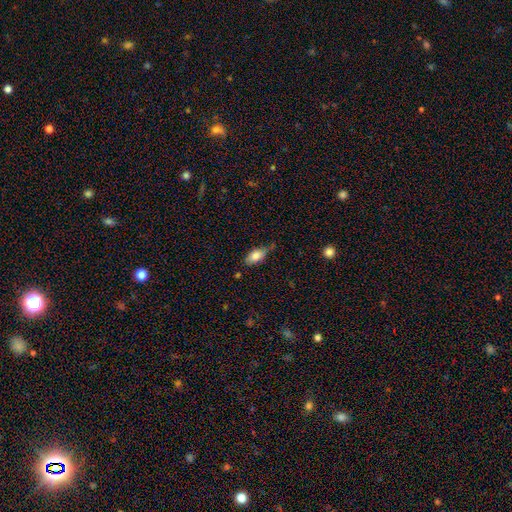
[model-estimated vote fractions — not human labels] smooth-or-featured: smooth: 80% | featured or disk: 13% | star or artifact: 7%
  how-rounded: in between: 88% | cigar-shaped: 8% | round: 4%
  merging: none: 57% | minor disturbance: 32% | major disturbance: 7% | merger: 4%